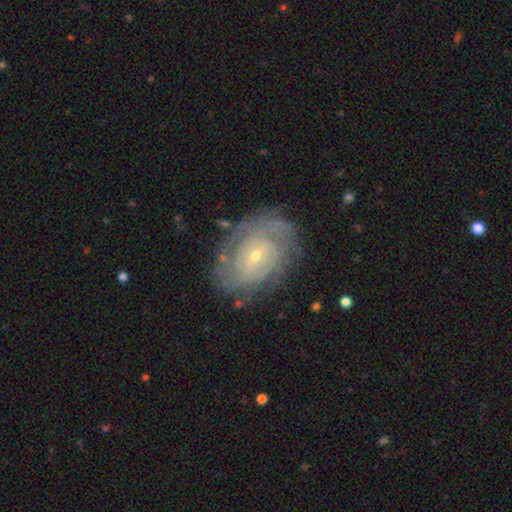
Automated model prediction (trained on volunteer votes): This appears to be a featured or disk galaxy (84%) with no bar (55%), tight (76%) spiral arms (92%) and a small central bulge (79%). Merging: none (76%).